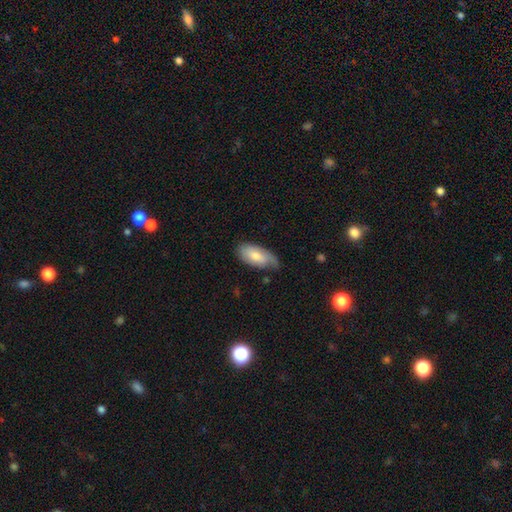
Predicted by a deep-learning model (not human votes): Morphology: type=smooth (71%); roundness=in between (92%); merging=none (49%).